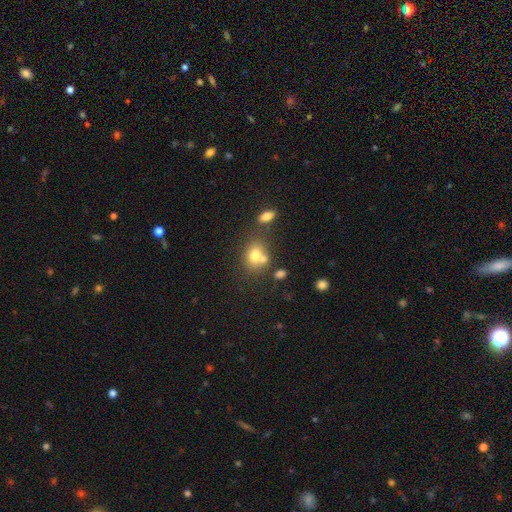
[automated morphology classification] Q: Smooth or featured?
A: smooth (73%); runner-up: featured or disk (16%)
Q: How rounded?
A: in between (53%); runner-up: round (46%)
Q: Merging?
A: none (45%); runner-up: merger (37%)